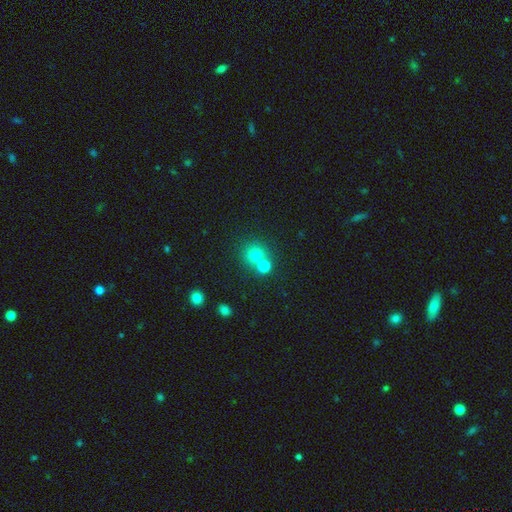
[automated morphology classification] Smooth or featured?
  - smooth: 74% *
  - star or artifact: 16%
  - featured or disk: 9%
How rounded?
  - round: 89% *
  - in between: 10%
  - cigar-shaped: 1%
Merging?
  - none: 57% *
  - merger: 33%
  - minor disturbance: 7%
  - major disturbance: 3%